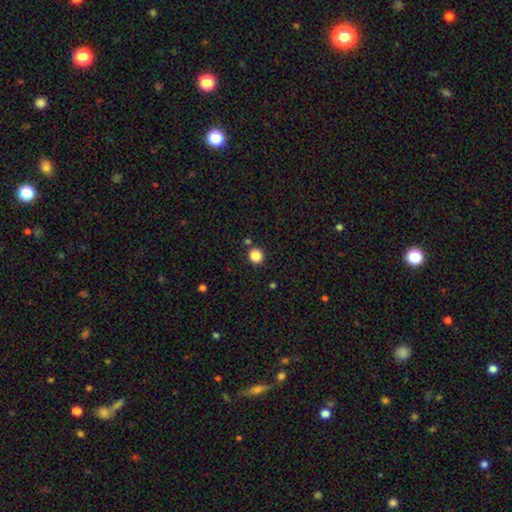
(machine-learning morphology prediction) Overall: smooth (85%). How rounded: round (86%). Merging: none (85%).